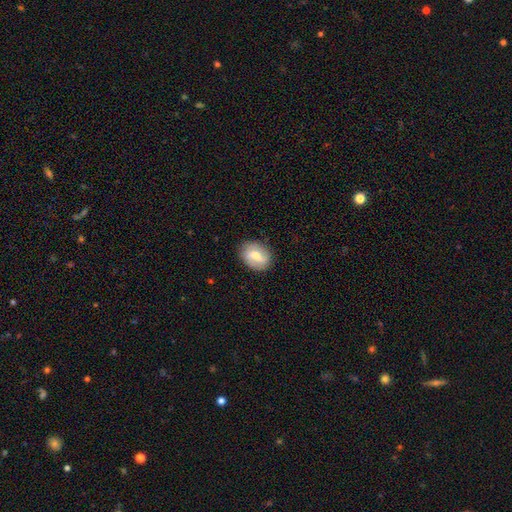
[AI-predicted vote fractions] This is possibly a featured or disk galaxy (51%). It is clearly not viewed edge-on (94%). Merging: clearly none (85%).